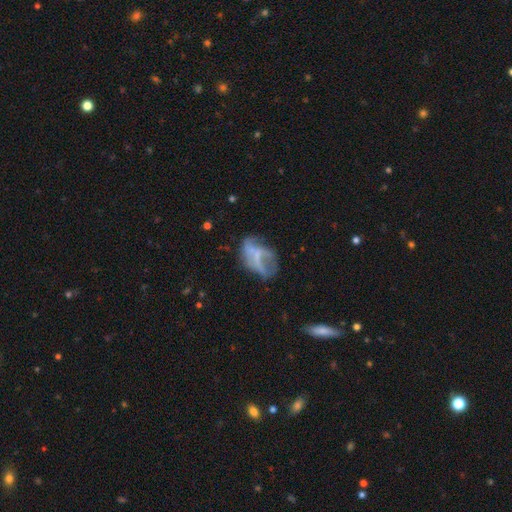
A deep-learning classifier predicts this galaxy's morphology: smooth-or-featured: featured or disk: 54% | smooth: 34% | star or artifact: 12%
  disk-edge-on: no: 95% | yes: 5%
    bar: no: 64% | weak: 24% | strong: 12%
    has-spiral-arms: no: 75% | yes: 25%
    bulge-size: none: 59% | small: 26% | moderate: 12% | large: 2% | dominant: 1%
  merging: none: 35% | major disturbance: 34% | minor disturbance: 24% | merger: 7%